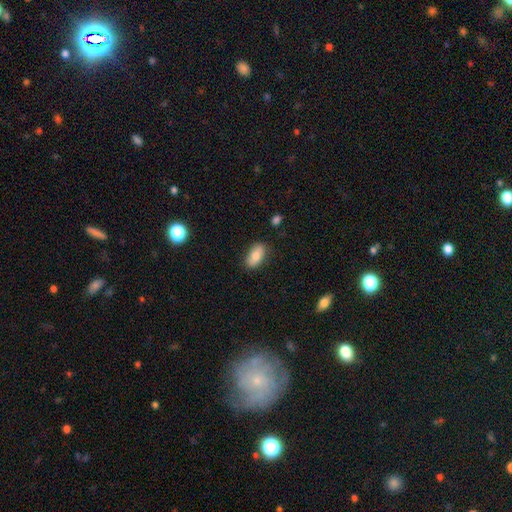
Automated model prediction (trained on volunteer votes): This is clearly a smooth galaxy (81%). How rounded: clearly in between (91%). Merging: clearly none (82%).